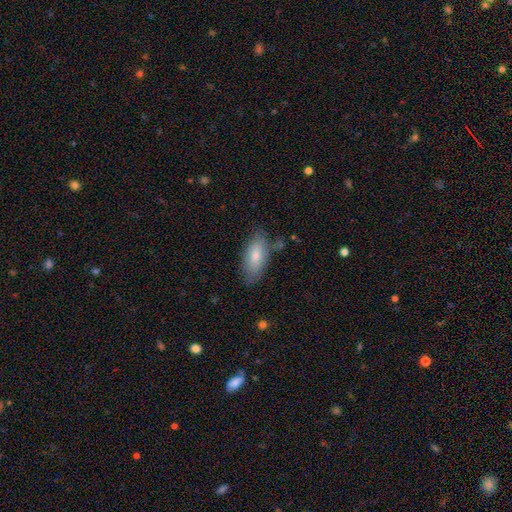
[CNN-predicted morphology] smooth_or_featured: smooth (p=0.77) [alt: featured or disk p=0.17]
how_rounded: in between (p=0.86) [alt: cigar-shaped p=0.12]
merging: none (p=0.74) [alt: minor disturbance p=0.18]